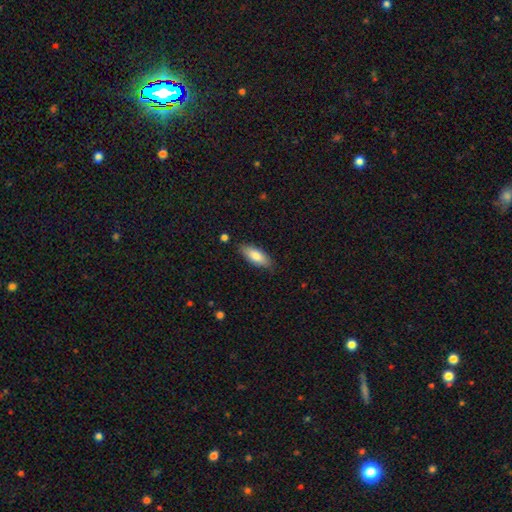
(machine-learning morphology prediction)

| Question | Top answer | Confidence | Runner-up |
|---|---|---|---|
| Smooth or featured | smooth | 81% | featured or disk (13%) |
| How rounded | in between | 76% | cigar-shaped (22%) |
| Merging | none | 80% | minor disturbance (15%) |